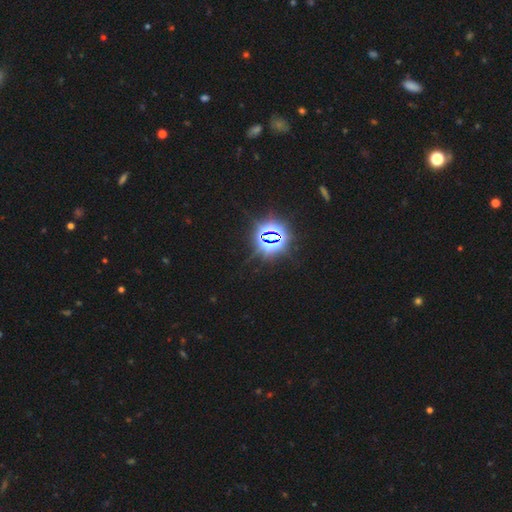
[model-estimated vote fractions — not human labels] Smooth or featured? star or artifact (84%)